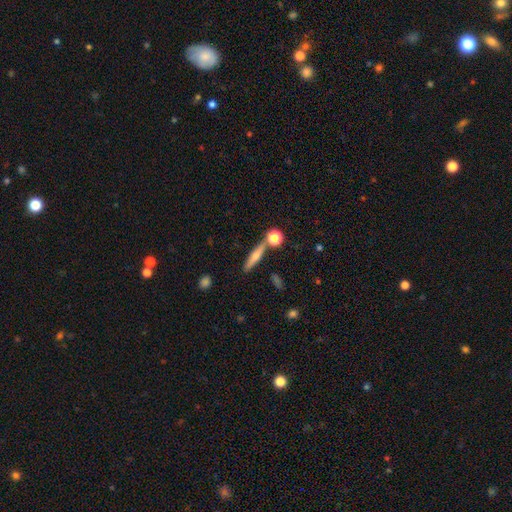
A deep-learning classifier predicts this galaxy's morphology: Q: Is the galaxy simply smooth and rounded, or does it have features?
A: smooth — 49%.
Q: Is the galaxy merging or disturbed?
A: none — 75%.